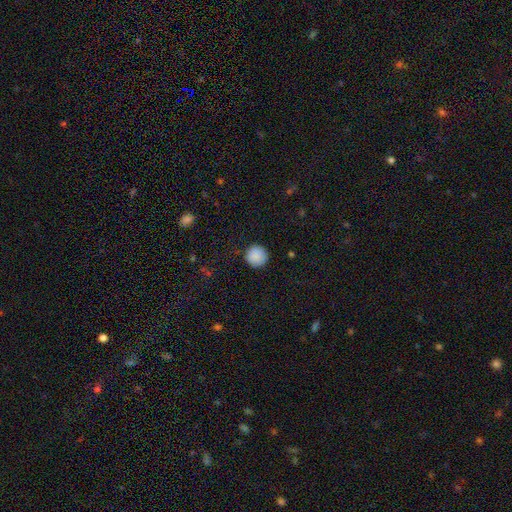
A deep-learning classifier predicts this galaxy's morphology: smooth_or_featured: smooth (p=0.89) [alt: star or artifact p=0.08]
how_rounded: round (p=0.96) [alt: in between p=0.04]
merging: none (p=0.90) [alt: minor disturbance p=0.07]